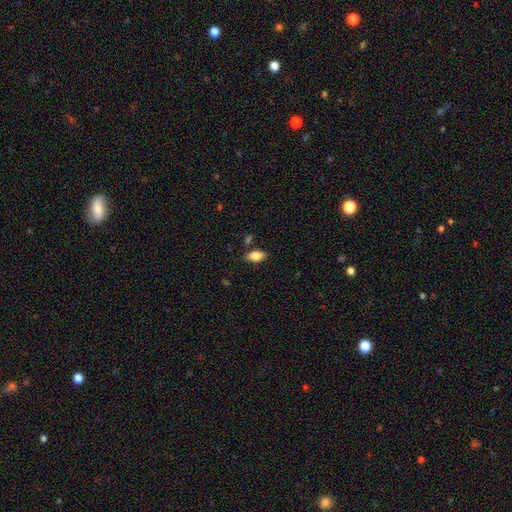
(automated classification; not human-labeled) A smooth galaxy with no disk features (81%) that is in between round and cigar-shaped (90%).

Vote fractions:
- Smooth or featured? smooth: 81% / featured or disk: 11% / star or artifact: 8%
- How rounded? in between: 90% / cigar-shaped: 6% / round: 4%
- Merging? none: 80% / minor disturbance: 13% / merger: 4% / major disturbance: 3%